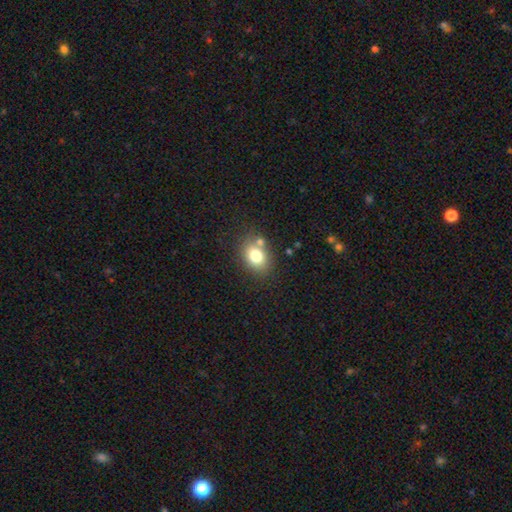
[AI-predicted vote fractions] A smooth galaxy with no disk features (77%) that is in between round and cigar-shaped (59%). Merging: none (70%).